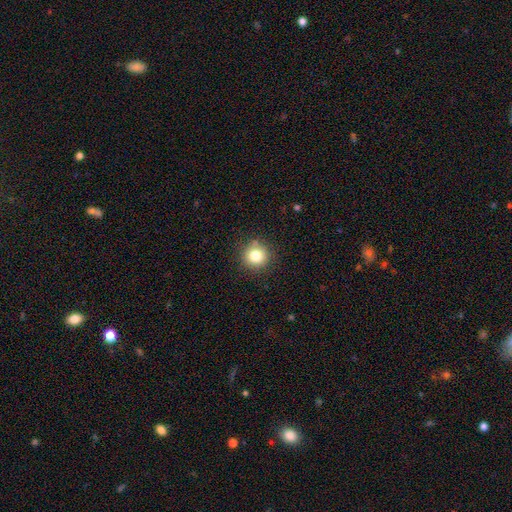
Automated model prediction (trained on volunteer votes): A smooth galaxy with no disk features (80%) that is round (93%). Merging: none (85%).